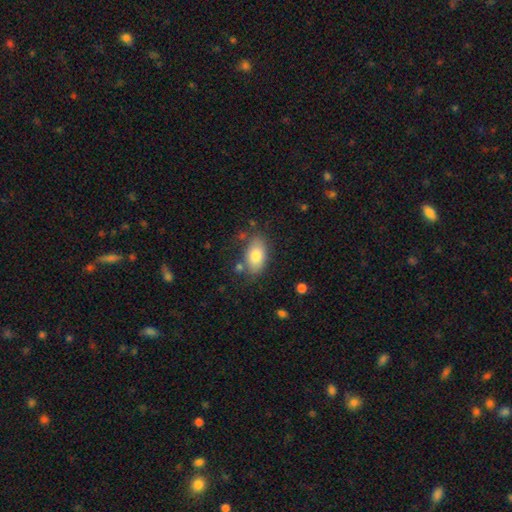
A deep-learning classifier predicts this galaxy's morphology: Smooth or featured? smooth (80%)
How rounded? in between (92%)
Merging? none (73%)